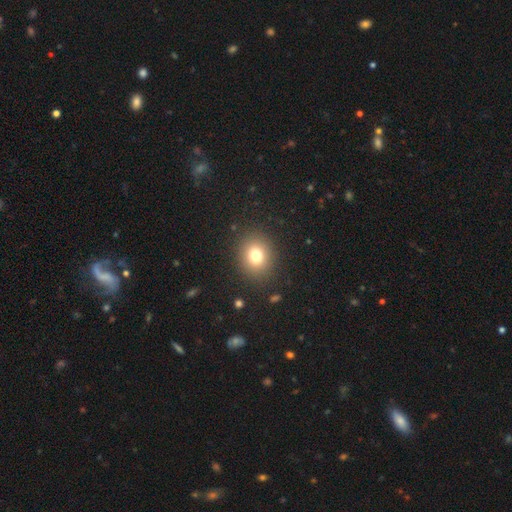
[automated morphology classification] A smooth galaxy with no disk features (77%) that is round (71%). Merging: none (88%).